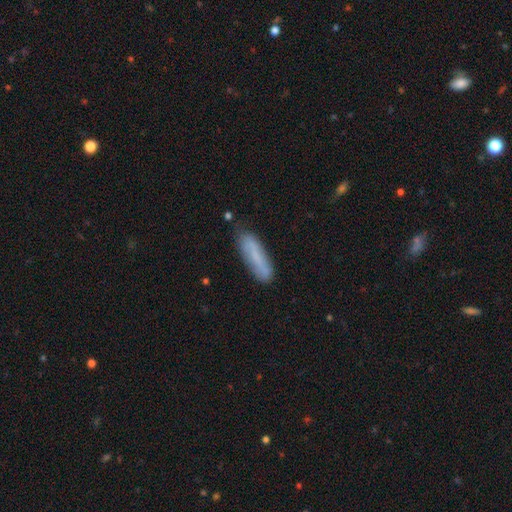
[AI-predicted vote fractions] smooth_or_featured: smooth (p=0.68) [alt: featured or disk p=0.25]
how_rounded: cigar-shaped (p=0.67) [alt: in between p=0.32]
merging: none (p=0.76) [alt: minor disturbance p=0.17]